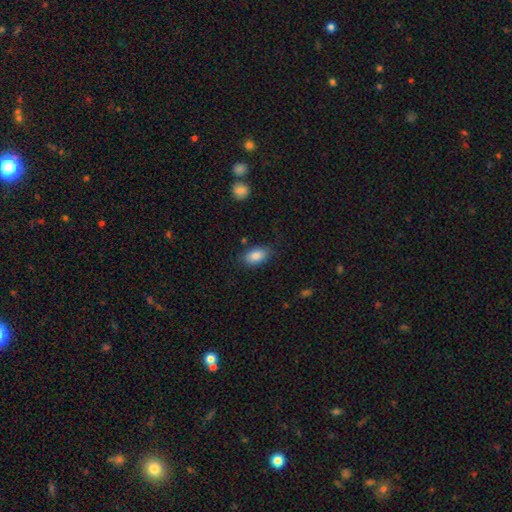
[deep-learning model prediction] Smooth or featured: smooth — 86% (star or artifact — 7%)
How rounded: in between — 91% (round — 7%)
Merging: none — 77% (minor disturbance — 16%)